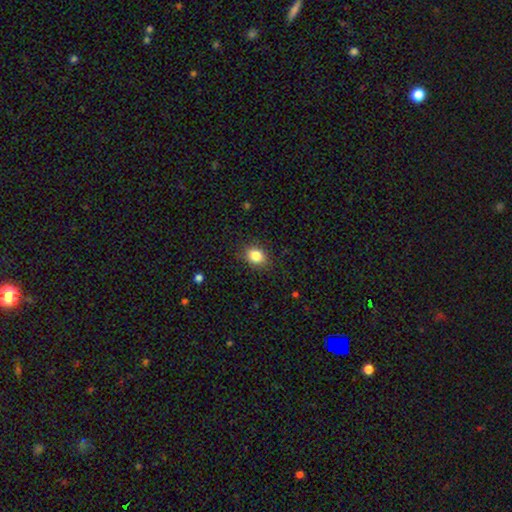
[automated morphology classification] Smooth or featured?
  - smooth: 84% *
  - star or artifact: 10%
  - featured or disk: 6%
How rounded?
  - in between: 50% *
  - round: 49%
  - cigar-shaped: 1%
Merging?
  - none: 86% *
  - minor disturbance: 11%
  - major disturbance: 3%
  - merger: 1%